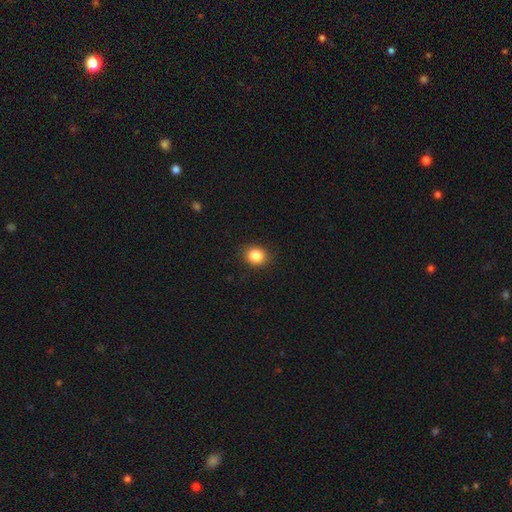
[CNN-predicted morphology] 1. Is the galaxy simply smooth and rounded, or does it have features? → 86% smooth, 10% star or artifact, 4% featured or disk.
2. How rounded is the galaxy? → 66% round, 33% in between, 1% cigar-shaped.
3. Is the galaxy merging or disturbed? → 88% none, 9% minor disturbance, 2% major disturbance, 1% merger.